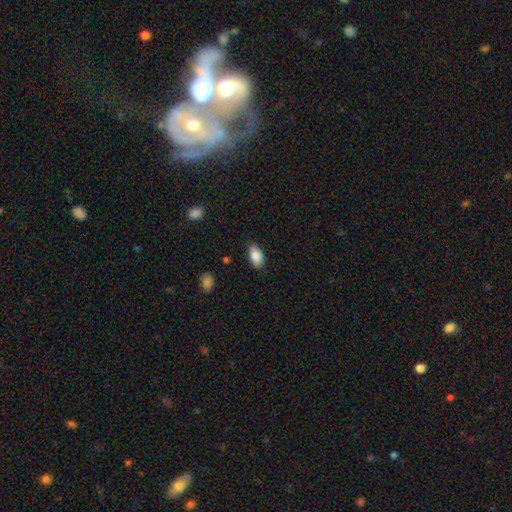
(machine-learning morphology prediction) smooth 87%, star or artifact 7%, featured or disk 6%. Down the decision tree: how rounded — in between (92%); merging — none (83%).